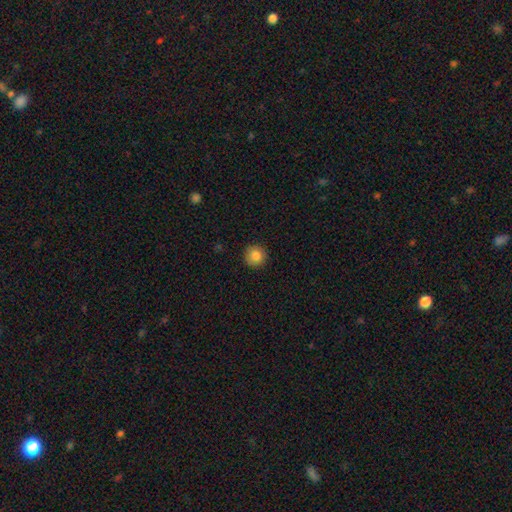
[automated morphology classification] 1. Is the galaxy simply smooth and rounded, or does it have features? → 85% smooth, 9% star or artifact, 6% featured or disk.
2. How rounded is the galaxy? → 94% round, 5% in between, 1% cigar-shaped.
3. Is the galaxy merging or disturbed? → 91% none, 6% minor disturbance, 2% major disturbance, 1% merger.